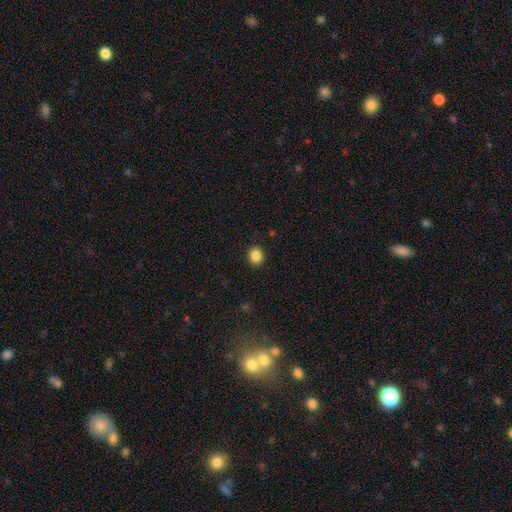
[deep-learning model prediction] This is clearly a smooth galaxy (87%). How rounded: likely round (73%). Merging: clearly none (91%).